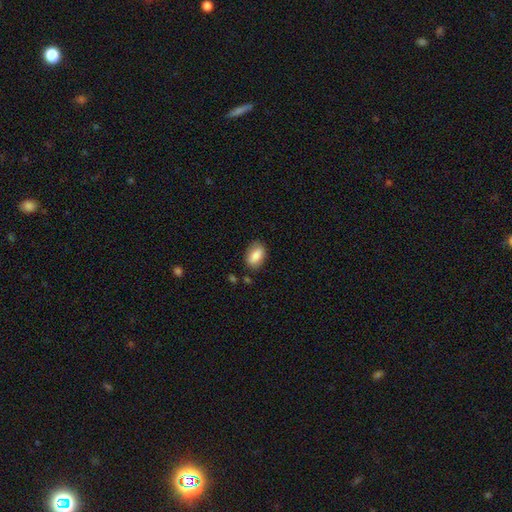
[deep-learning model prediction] smooth 85%, featured or disk 8%, star or artifact 7%. Down the decision tree: how rounded — in between (89%); merging — none (80%).